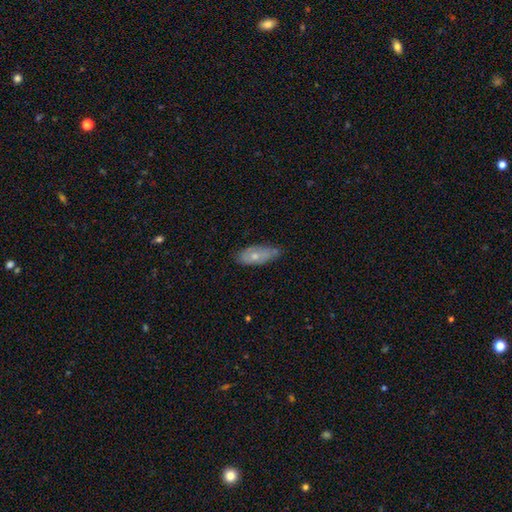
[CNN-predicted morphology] Smooth or featured? Predicted: smooth (p=0.58). How rounded? Predicted: in between (p=0.80). Merging? Predicted: none (p=0.59).